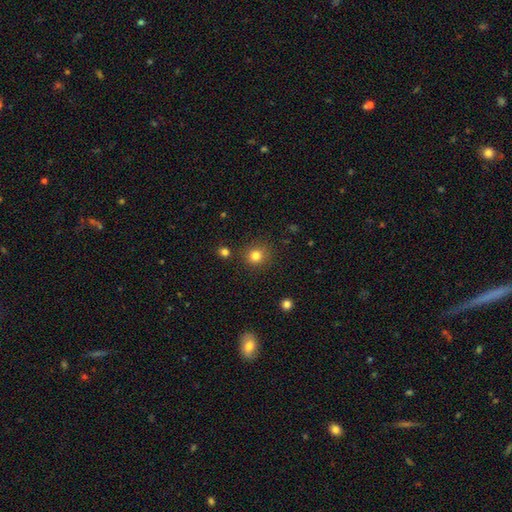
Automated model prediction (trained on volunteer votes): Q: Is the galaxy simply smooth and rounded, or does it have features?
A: smooth — 82%.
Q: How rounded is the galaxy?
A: round — 90%.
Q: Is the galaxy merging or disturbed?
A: none — 86%.